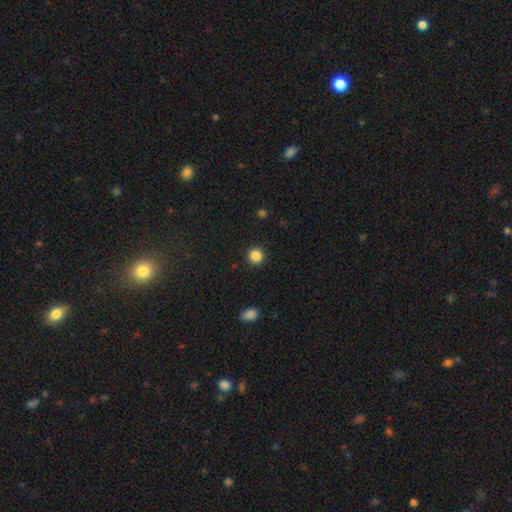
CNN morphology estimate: A smooth galaxy with no disk features (86%) that is round (94%). Merging: none (92%).